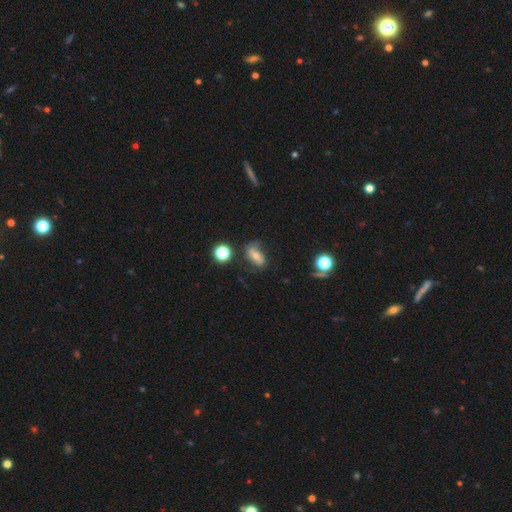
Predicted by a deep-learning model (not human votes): Smooth or featured?
  - smooth: 47% *
  - featured or disk: 40%
  - star or artifact: 13%
Merging?
  - none: 58% *
  - minor disturbance: 24%
  - major disturbance: 12%
  - merger: 6%